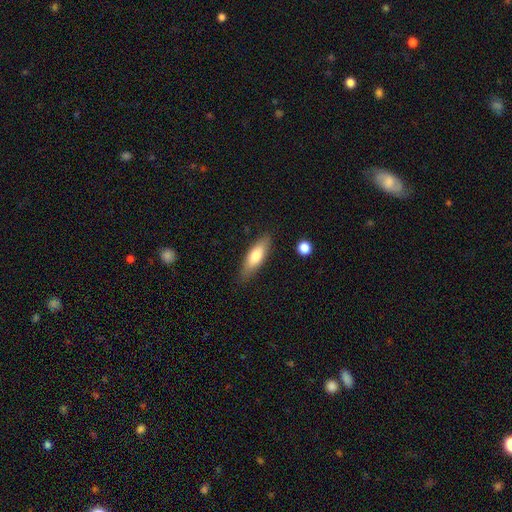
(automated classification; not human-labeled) Smooth or featured? smooth (72%)
How rounded? in between (54%)
Merging? none (83%)